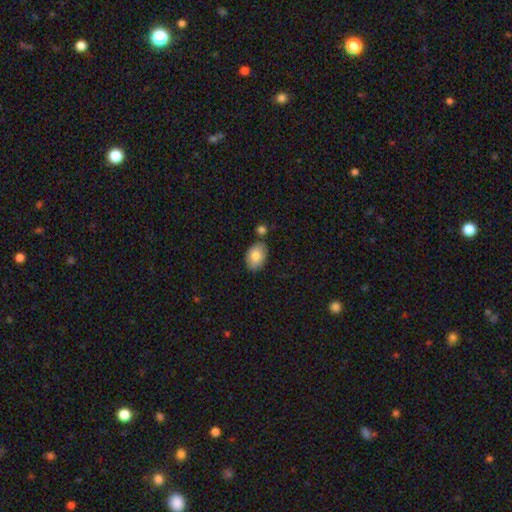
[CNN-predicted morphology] The model was most divided on "merging": none: 72%, minor disturbance: 15%, merger: 11%, major disturbance: 3%. More confident: how rounded — in between (84%); smooth or featured — smooth (83%).